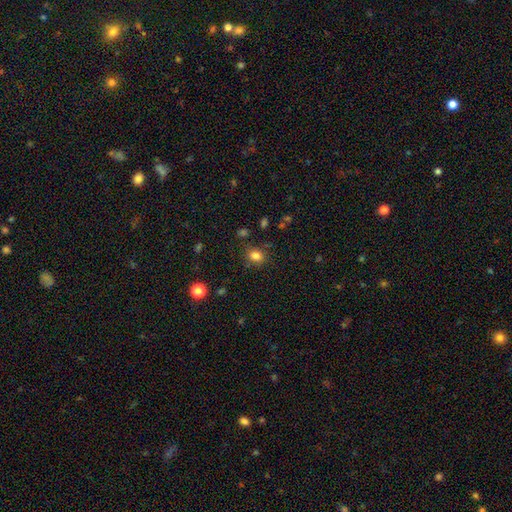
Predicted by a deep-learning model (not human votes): Q: Smooth or featured?
A: smooth (82%); runner-up: star or artifact (13%)
Q: How rounded?
A: round (60%); runner-up: in between (39%)
Q: Merging?
A: none (82%); runner-up: minor disturbance (11%)